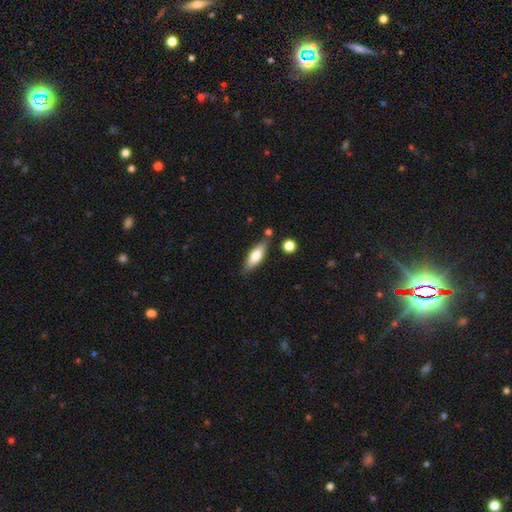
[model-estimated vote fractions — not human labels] Q: Smooth or featured?
A: smooth (62%); runner-up: featured or disk (32%)
Q: How rounded?
A: in between (50%); runner-up: cigar-shaped (47%)
Q: Merging?
A: none (77%); runner-up: minor disturbance (13%)